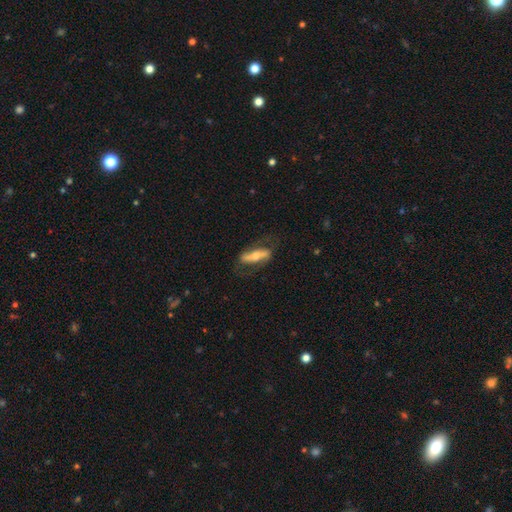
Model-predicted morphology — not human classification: Smooth or featured?
  - featured or disk: 62% *
  - smooth: 32%
  - star or artifact: 6%
Edge-on disk?
  - no: 68% *
  - yes: 32%
Merging?
  - none: 68% *
  - minor disturbance: 20%
  - major disturbance: 11%
  - merger: 2%